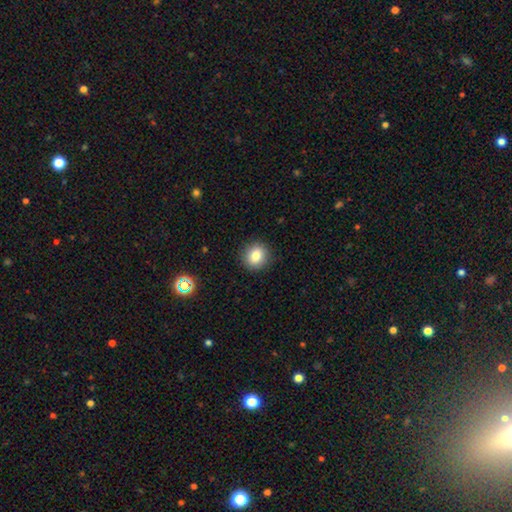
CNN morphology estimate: A smooth galaxy with no disk features (83%) that is round (84%). Merging: none (90%).